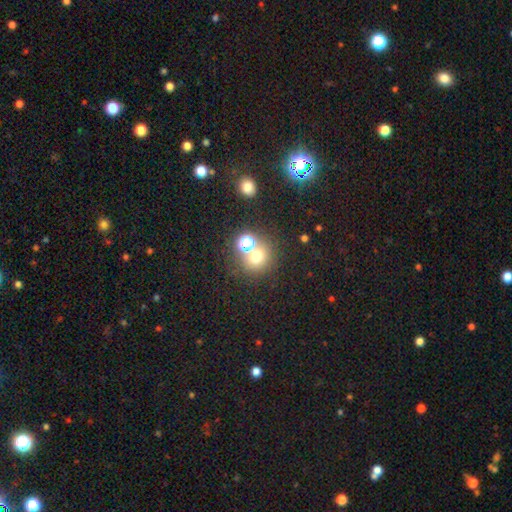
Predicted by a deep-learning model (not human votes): Smooth or featured: smooth — 65% (star or artifact — 24%)
How rounded: round — 85% (in between — 14%)
Merging: none — 58% (merger — 30%)